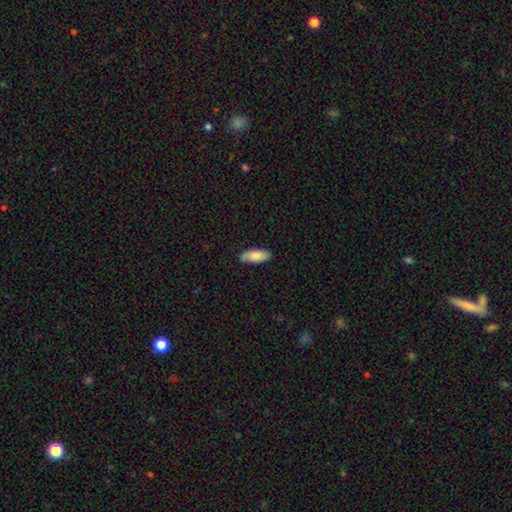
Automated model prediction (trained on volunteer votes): A smooth galaxy with no disk features (88%) that is in between round and cigar-shaped (81%). Merging: none (87%).